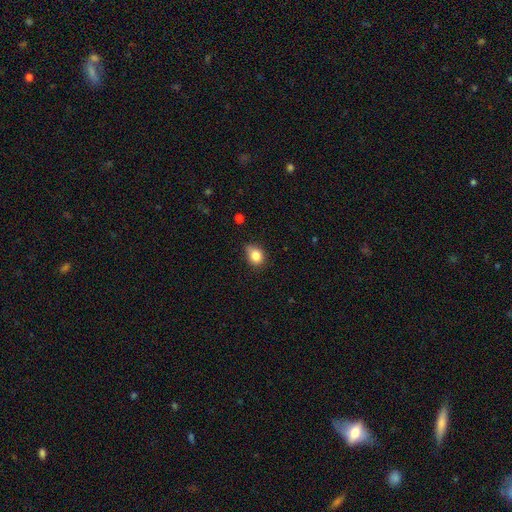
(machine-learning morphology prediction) Overall: smooth (83%). How rounded: round (50%; in between 49%). Merging: none (55%; minor disturbance 36%).